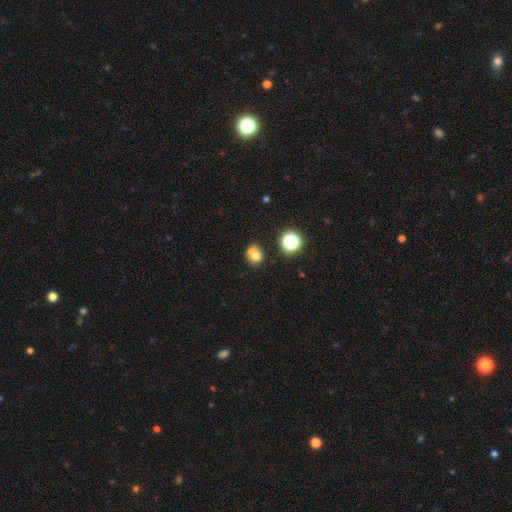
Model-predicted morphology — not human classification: Smooth or featured? smooth (69%)
How rounded? round (77%)
Merging? merger (46%)